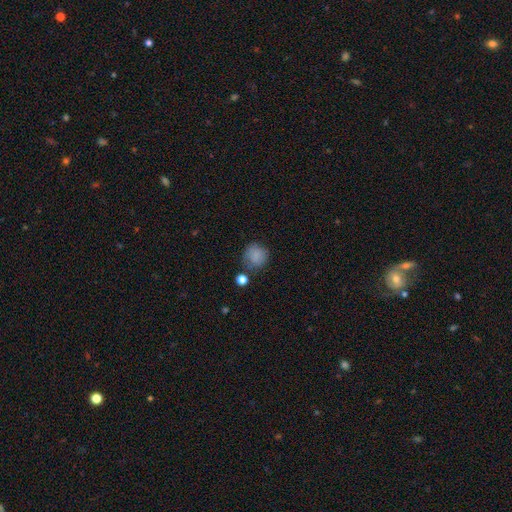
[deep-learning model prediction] Morphology: type=smooth (83%); roundness=round (88%); merging=none (67%).